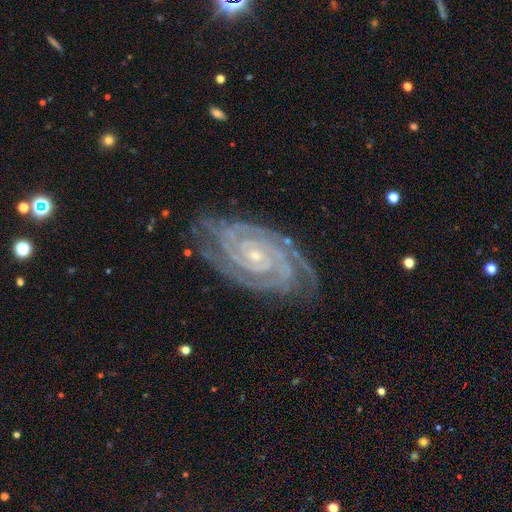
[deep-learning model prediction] Smooth or featured?
  - featured or disk: 92% *
  - star or artifact: 5%
  - smooth: 3%
Edge-on disk?
  - no: 97% *
  - yes: 3%
Bar?
  - no: 68% *
  - weak: 20%
  - strong: 12%
Spiral arms?
  - yes: 99% *
  - no: 1%
Spiral winding?
  - tight: 85% *
  - medium: 14%
  - loose: 2%
Spiral arm count?
  - 2: 41% *
  - 3: 21%
  - 4: 13%
  - can't tell: 11%
  - more than 4: 8%
  - 1: 6%
Bulge size?
  - small: 83% *
  - moderate: 13%
  - none: 2%
  - large: 1%
  - dominant: 1%
Merging?
  - none: 78% *
  - minor disturbance: 17%
  - major disturbance: 4%
  - merger: 1%